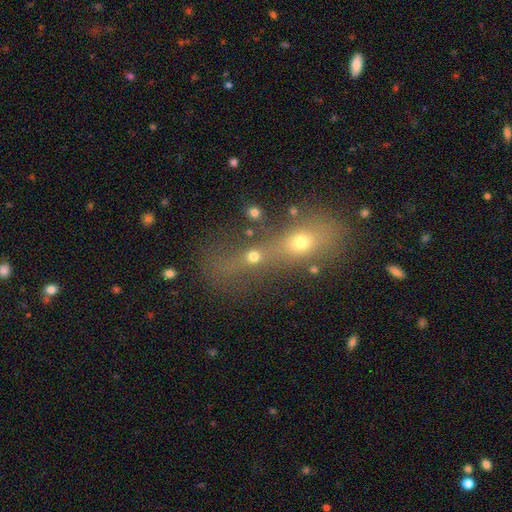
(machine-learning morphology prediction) Q: Smooth or featured?
A: smooth (47%); runner-up: star or artifact (28%)
Q: Merging?
A: merger (69%); runner-up: none (18%)